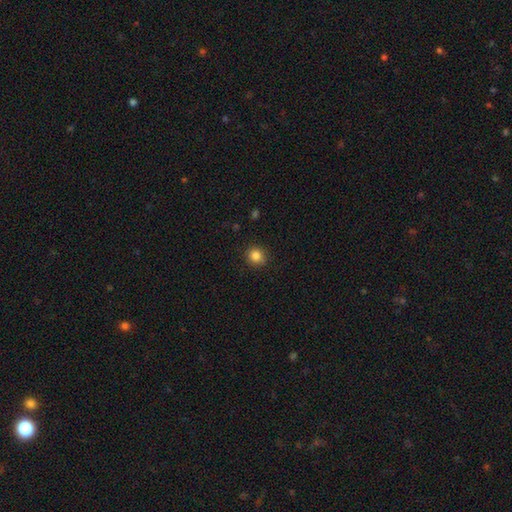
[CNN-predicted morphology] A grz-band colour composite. It shows a smooth galaxy with no disk features (84%) that is round (88%). Merging: none (89%).